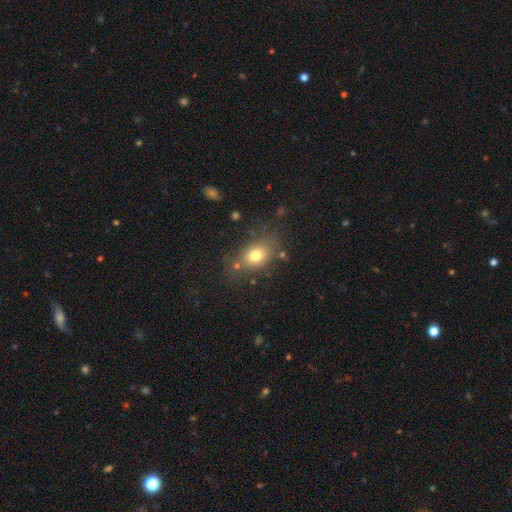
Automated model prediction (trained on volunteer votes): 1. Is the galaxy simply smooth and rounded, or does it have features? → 75% smooth, 13% featured or disk, 12% star or artifact.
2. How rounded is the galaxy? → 69% in between, 30% round, 2% cigar-shaped.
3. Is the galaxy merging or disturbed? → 71% none, 16% minor disturbance, 7% major disturbance, 6% merger.